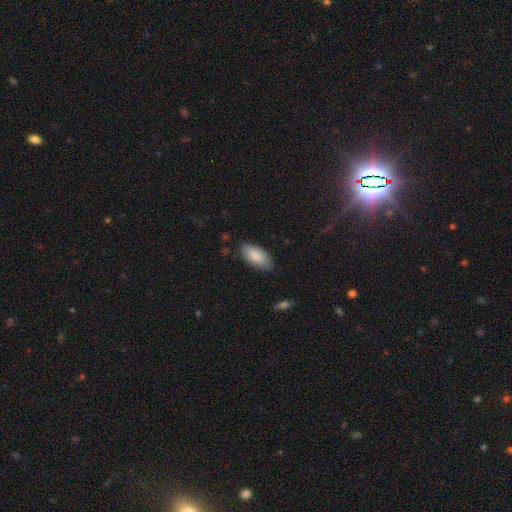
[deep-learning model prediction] A smooth galaxy with no disk features (87%) that is in between round and cigar-shaped (93%). Merging: none (82%).